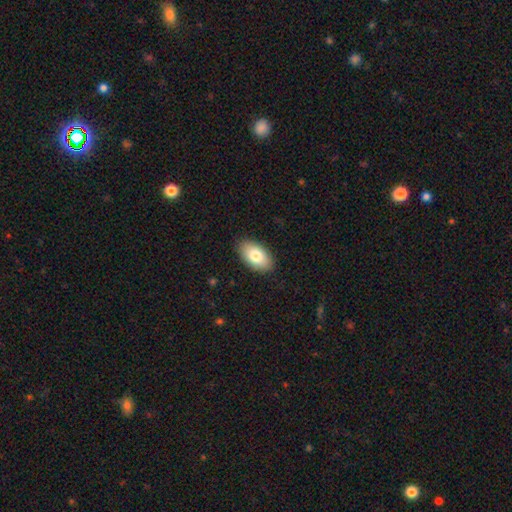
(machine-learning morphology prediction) Smooth or featured? Predicted: smooth (p=0.80). How rounded? Predicted: in between (p=0.94). Merging? Predicted: none (p=0.88).